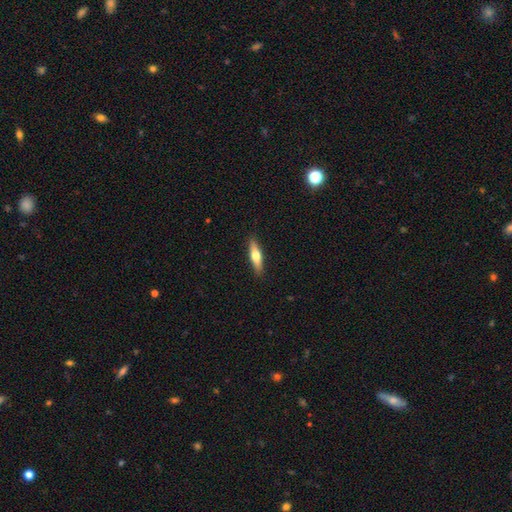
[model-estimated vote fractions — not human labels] The model was most divided on "smooth or featured": smooth: 52%, featured or disk: 42%, star or artifact: 6%. More confident: merging — none (90%); how rounded — cigar-shaped (70%).